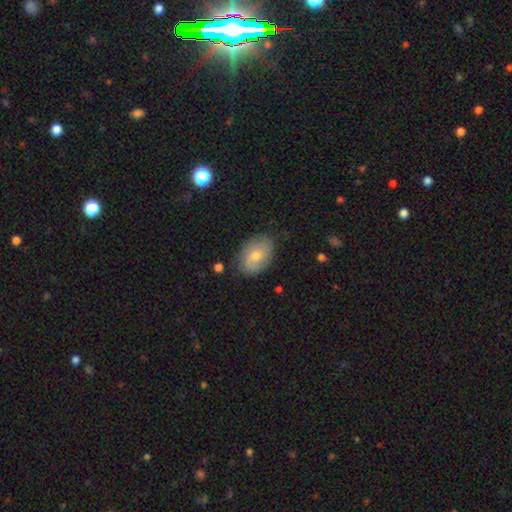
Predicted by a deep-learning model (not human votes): smooth 52%, featured or disk 39%, star or artifact 9%. Down the decision tree: how rounded — in between (81%); merging — none (80%).